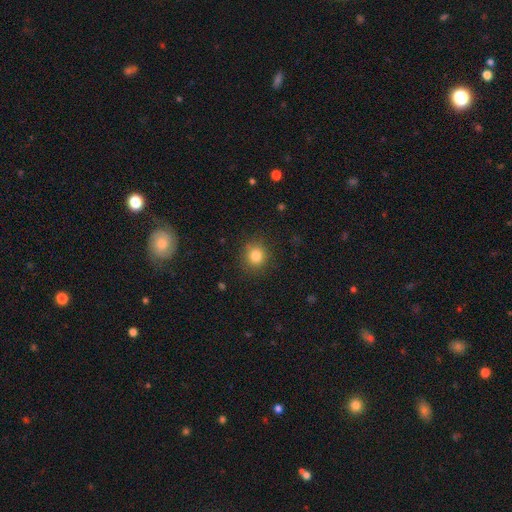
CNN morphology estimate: This appears to be a smooth galaxy with no disk features (83%) that is round (88%). Merging: none (87%).